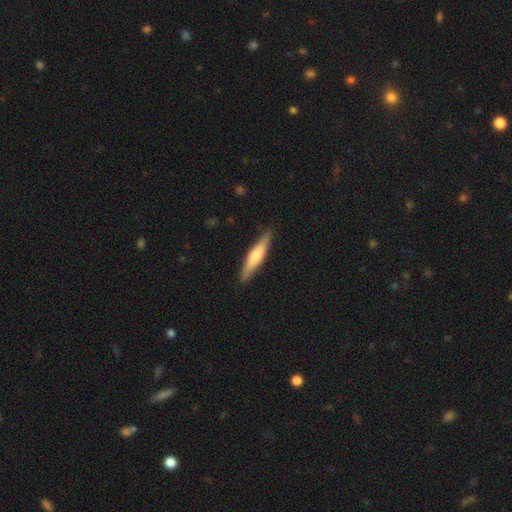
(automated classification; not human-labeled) Q: Smooth or featured?
A: smooth (55%); runner-up: featured or disk (40%)
Q: How rounded?
A: cigar-shaped (86%); runner-up: in between (12%)
Q: Merging?
A: none (89%); runner-up: minor disturbance (8%)